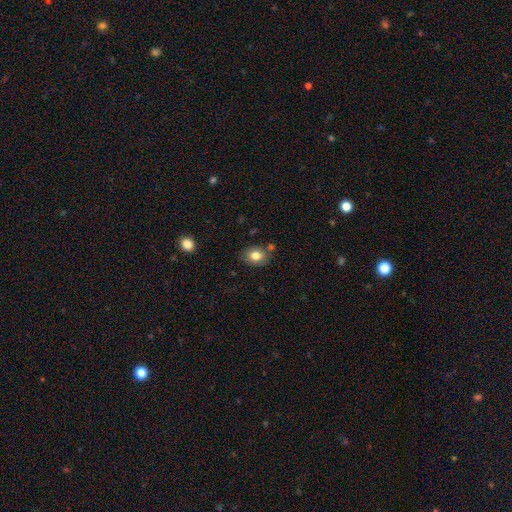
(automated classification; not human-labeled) A smooth galaxy with no disk features (80%) that is in between round and cigar-shaped (61%).

Vote fractions:
- Smooth or featured? smooth: 80% / featured or disk: 11% / star or artifact: 9%
- How rounded? in between: 61% / round: 38% / cigar-shaped: 1%
- Merging? none: 74% / minor disturbance: 15% / merger: 7% / major disturbance: 3%